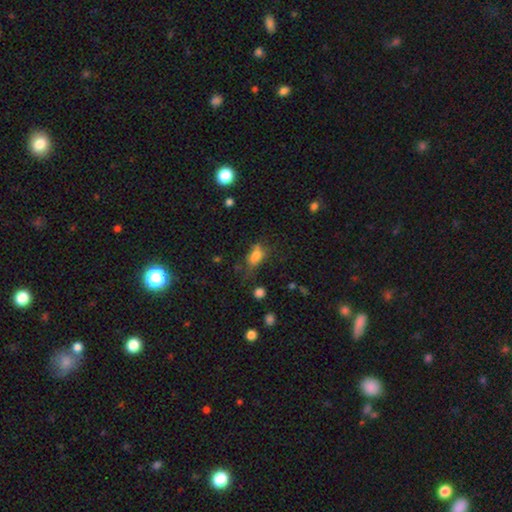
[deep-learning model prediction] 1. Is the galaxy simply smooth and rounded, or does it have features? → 73% smooth, 14% featured or disk, 13% star or artifact.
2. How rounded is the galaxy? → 81% in between, 11% round, 8% cigar-shaped.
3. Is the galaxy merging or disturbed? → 42% none, 28% minor disturbance, 20% major disturbance, 10% merger.